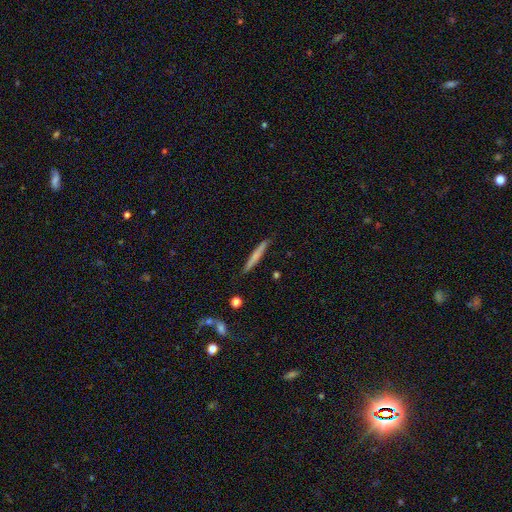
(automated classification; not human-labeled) Overall: smooth (62%; featured or disk 33%). How rounded: cigar-shaped (96%). Merging: none (88%).